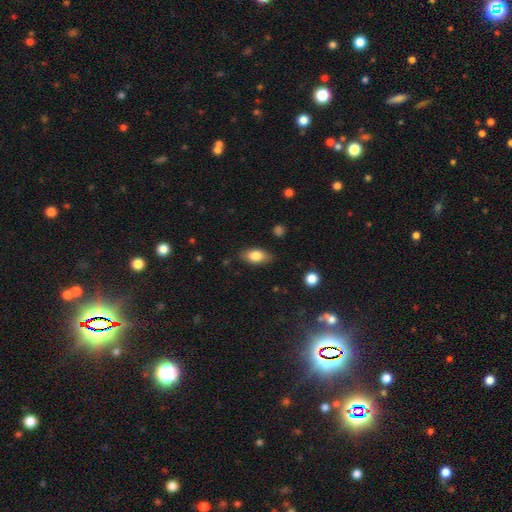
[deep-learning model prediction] Smooth or featured? Predicted: smooth (p=0.80). How rounded? Predicted: in between (p=0.88). Merging? Predicted: none (p=0.83).